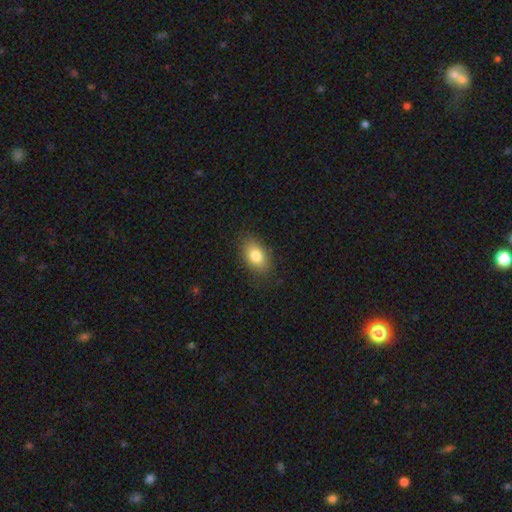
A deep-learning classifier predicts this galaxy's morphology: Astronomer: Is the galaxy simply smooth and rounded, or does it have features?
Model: smooth — 81%.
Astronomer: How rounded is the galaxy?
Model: in between — 88%.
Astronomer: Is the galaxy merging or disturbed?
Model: none — 83%.